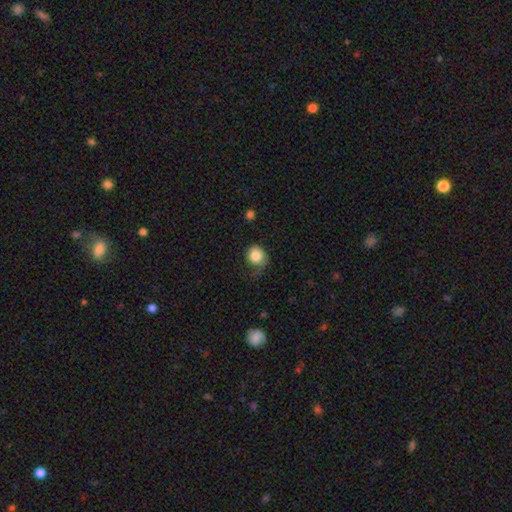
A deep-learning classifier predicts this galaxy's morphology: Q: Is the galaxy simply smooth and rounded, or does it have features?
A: smooth — 79%.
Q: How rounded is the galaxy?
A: round — 76%.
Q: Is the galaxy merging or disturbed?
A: none — 44%.